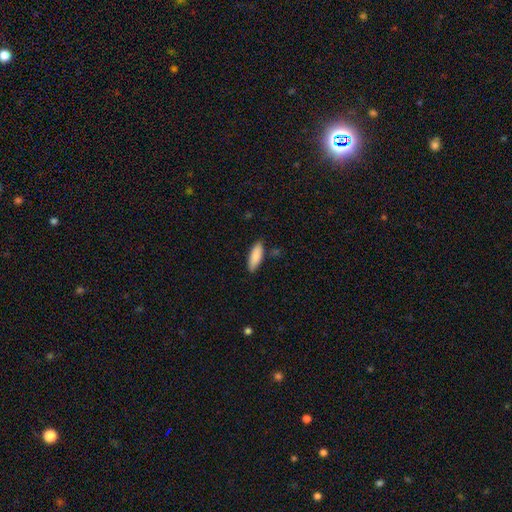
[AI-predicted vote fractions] A smooth galaxy with no disk features (88%) that is in between round and cigar-shaped (65%). Merging: none (83%).